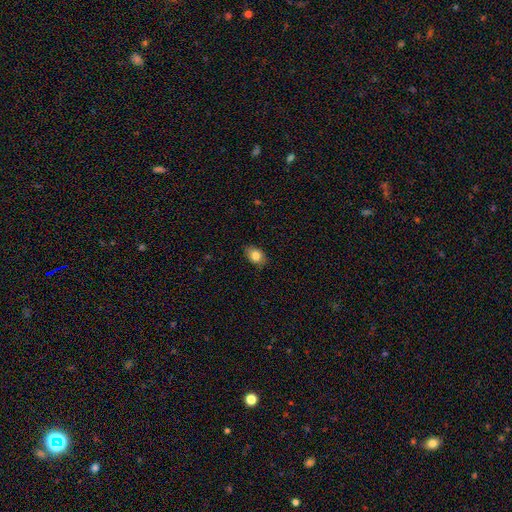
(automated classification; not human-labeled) The model was most divided on "how rounded": in between: 74%, round: 24%, cigar-shaped: 1%. More confident: merging — none (86%); smooth or featured — smooth (83%).